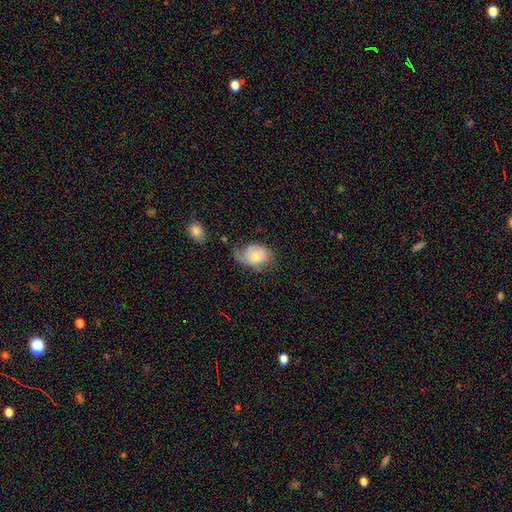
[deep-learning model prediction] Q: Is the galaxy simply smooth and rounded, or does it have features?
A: smooth — 52%.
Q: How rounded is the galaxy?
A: in between — 63%.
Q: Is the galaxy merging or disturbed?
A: minor disturbance — 35%.